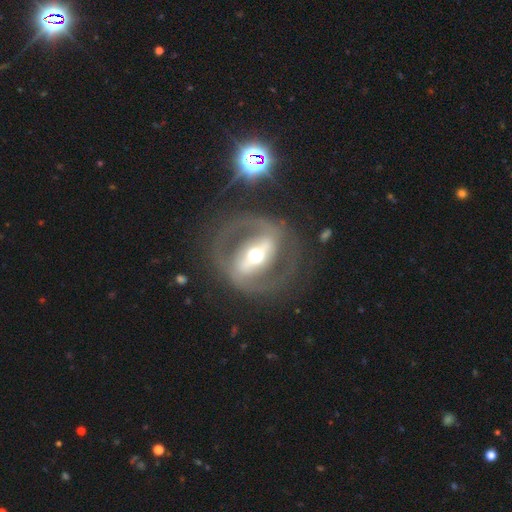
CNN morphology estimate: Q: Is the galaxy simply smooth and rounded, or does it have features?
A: featured or disk — 80%.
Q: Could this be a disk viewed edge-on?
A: no — 91%.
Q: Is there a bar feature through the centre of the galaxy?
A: strong — 70%.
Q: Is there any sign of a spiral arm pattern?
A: yes — 53%.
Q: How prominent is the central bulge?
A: moderate — 66%.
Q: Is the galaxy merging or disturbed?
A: none — 74%.